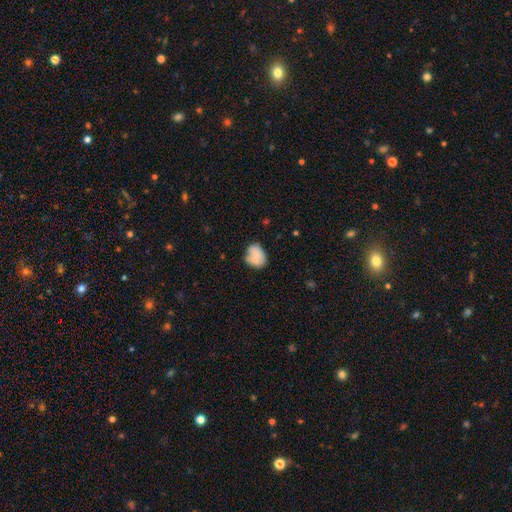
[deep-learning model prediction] Smooth or featured? smooth (73%)
How rounded? in between (60%)
Merging? none (51%)